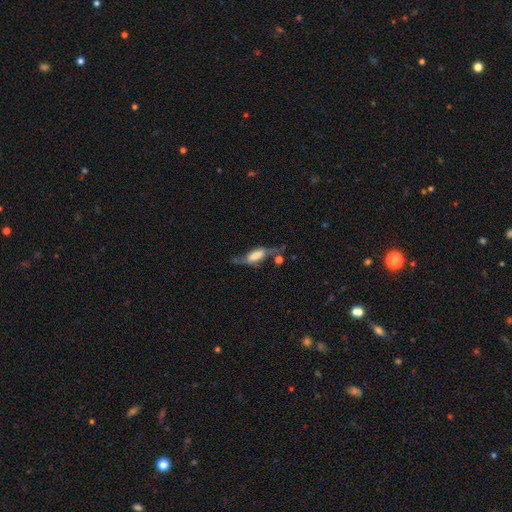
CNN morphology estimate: The model was most divided on "edge-on disk": no: 54%, yes: 46%. Remaining: smooth or featured — featured or disk (56%); merging — none (40%).